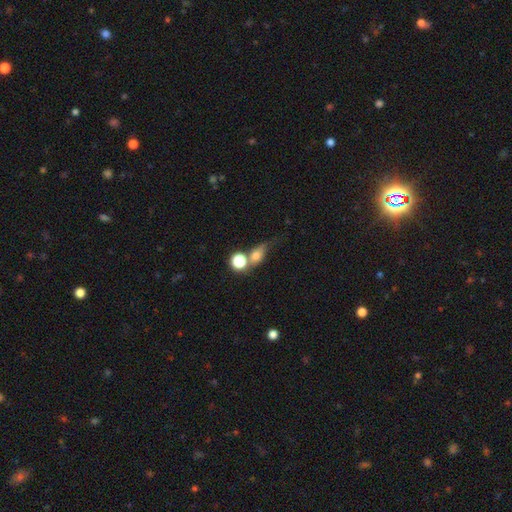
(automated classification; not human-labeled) Smooth or featured: smooth — 68% (featured or disk — 17%)
How rounded: round — 51% (in between — 42%)
Merging: none — 32% (tied with merger — 32%)